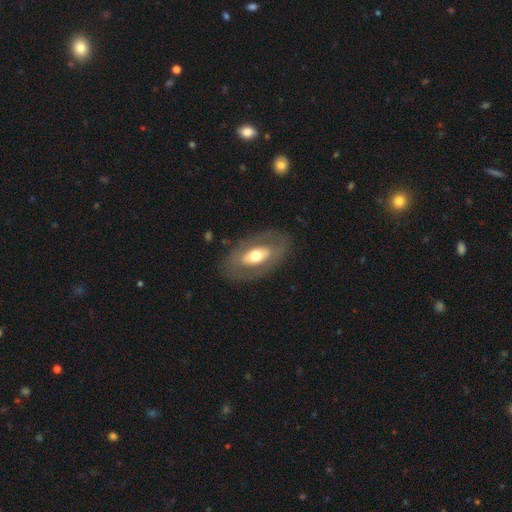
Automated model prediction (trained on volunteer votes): Smooth or featured? featured or disk (51%)
Edge-on disk? no (86%)
Merging? none (81%)